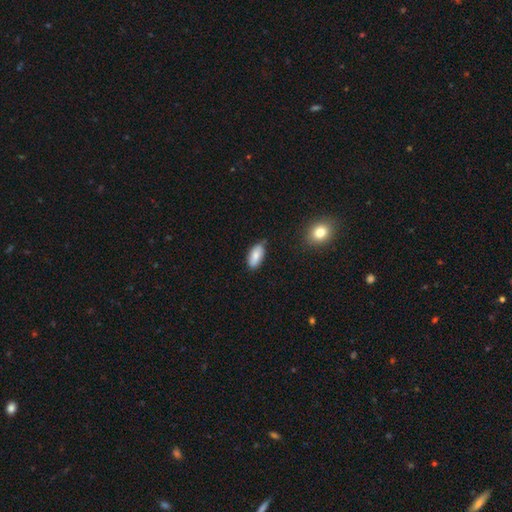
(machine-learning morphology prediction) A smooth galaxy with no disk features (79%) that is in between round and cigar-shaped (89%). Merging: none (76%).